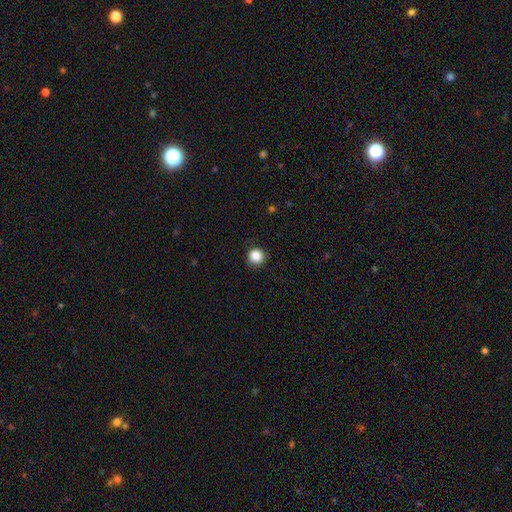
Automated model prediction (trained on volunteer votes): A smooth galaxy with no disk features (87%) that is round (94%). Merging: none (88%).